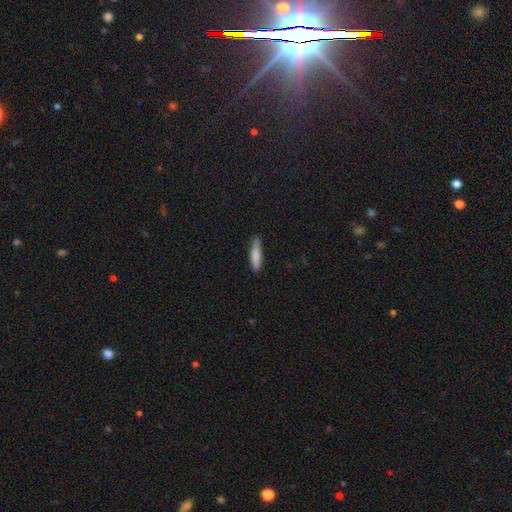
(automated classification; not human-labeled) smooth_or_featured: smooth (p=0.84) [alt: featured or disk p=0.10]
how_rounded: cigar-shaped (p=0.82) [alt: in between p=0.17]
merging: none (p=0.79) [alt: minor disturbance p=0.17]